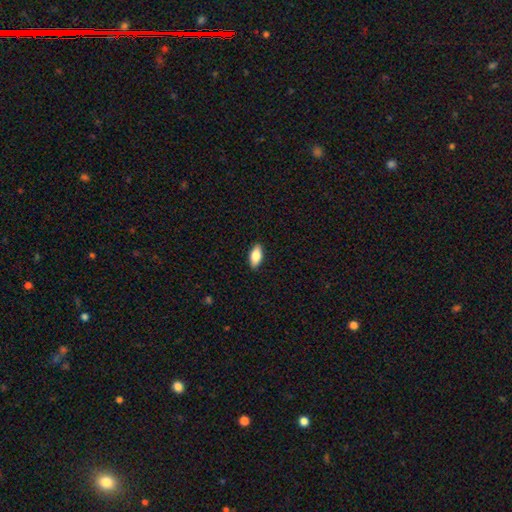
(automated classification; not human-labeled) Smooth or featured?
  - smooth: 82% *
  - featured or disk: 11%
  - star or artifact: 6%
How rounded?
  - in between: 87% *
  - cigar-shaped: 10%
  - round: 3%
Merging?
  - none: 89% *
  - minor disturbance: 8%
  - major disturbance: 2%
  - merger: 1%